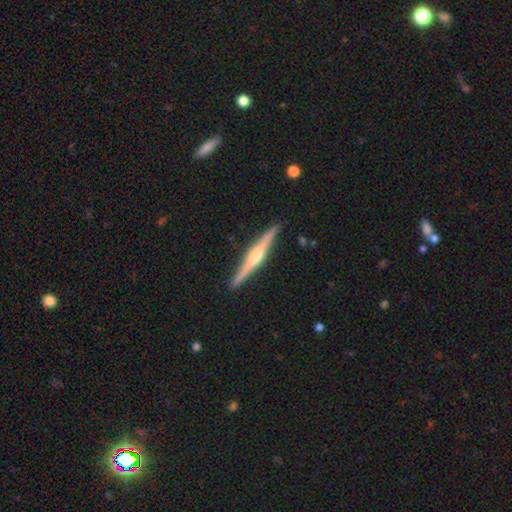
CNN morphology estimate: The model was most divided on "smooth or featured": featured or disk: 80%, smooth: 15%, star or artifact: 5%. More confident: edge-on disk — yes (98%); merging — none (91%); edge-on bulge — rounded (85%).